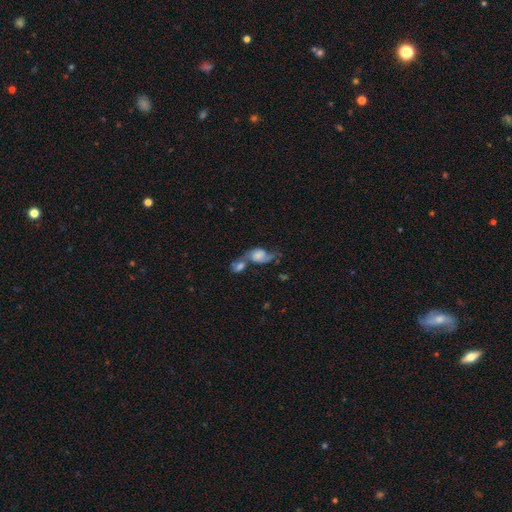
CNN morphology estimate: Smooth or featured? featured or disk (56%)
Edge-on disk? no (90%)
Bar? no (68%)
Spiral arms? yes (80%)
Bulge size? moderate (27%)
Merging? merger (54%)